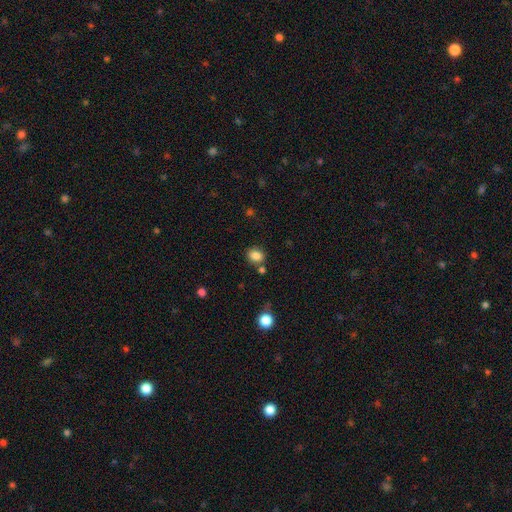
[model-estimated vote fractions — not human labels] The model was most divided on "how rounded": round: 50%, in between: 49%, cigar-shaped: 1%. More confident: smooth or featured — smooth (85%); merging — none (76%).